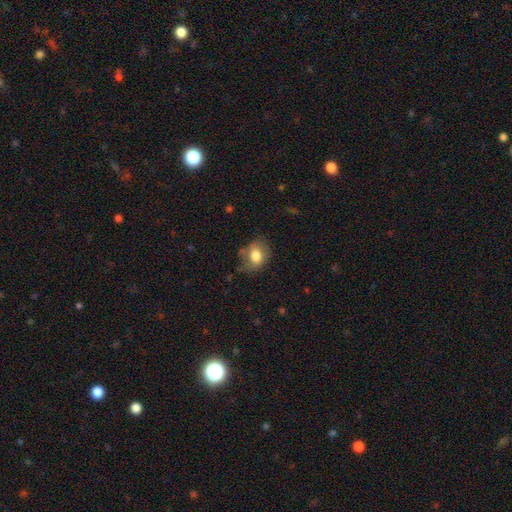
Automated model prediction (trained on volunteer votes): Q: Smooth or featured?
A: smooth (78%); runner-up: featured or disk (14%)
Q: How rounded?
A: in between (64%); runner-up: round (35%)
Q: Merging?
A: none (59%); runner-up: minor disturbance (28%)